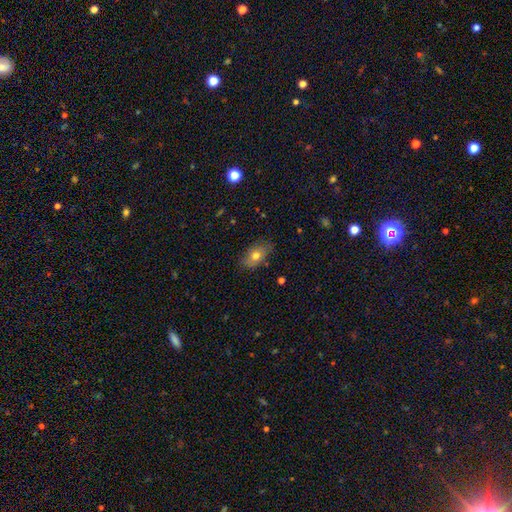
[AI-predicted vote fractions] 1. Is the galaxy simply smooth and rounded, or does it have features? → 65% smooth, 25% featured or disk, 10% star or artifact.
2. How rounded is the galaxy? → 85% in between, 12% round, 3% cigar-shaped.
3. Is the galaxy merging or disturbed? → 78% none, 17% minor disturbance, 4% major disturbance, 1% merger.